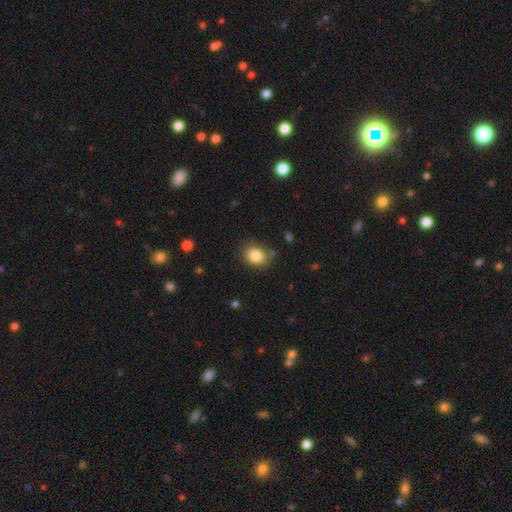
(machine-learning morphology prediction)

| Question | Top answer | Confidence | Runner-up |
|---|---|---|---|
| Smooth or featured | smooth | 83% | star or artifact (10%) |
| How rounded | in between | 54% | round (45%) |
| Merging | none | 81% | minor disturbance (13%) |